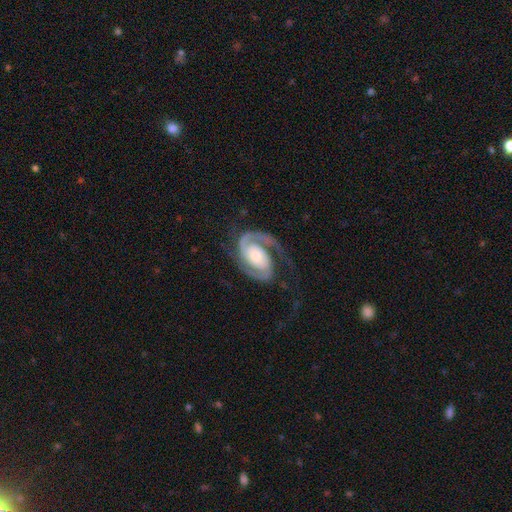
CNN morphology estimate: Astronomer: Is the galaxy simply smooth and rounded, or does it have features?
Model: featured or disk — 92%.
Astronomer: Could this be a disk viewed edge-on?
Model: no — 98%.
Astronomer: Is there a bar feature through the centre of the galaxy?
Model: no — 61%.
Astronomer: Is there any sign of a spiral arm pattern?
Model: yes — 98%.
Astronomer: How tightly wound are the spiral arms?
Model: medium — 45% (runner-up: tight, 42%).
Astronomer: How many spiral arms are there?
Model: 2 — 86%.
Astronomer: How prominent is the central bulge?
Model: moderate — 46% (runner-up: small, 39%).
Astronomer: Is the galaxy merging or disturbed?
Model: none — 66%.